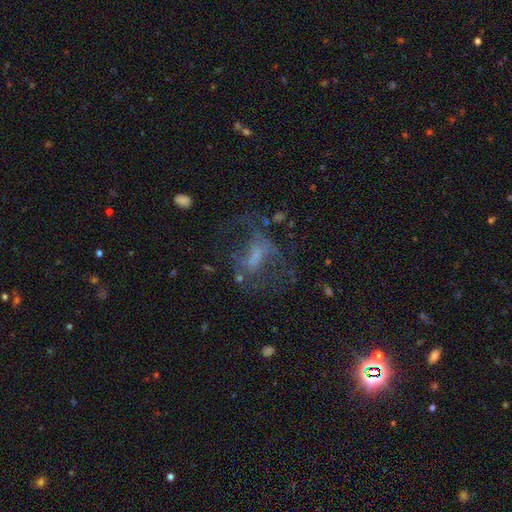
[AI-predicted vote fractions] Smooth or featured?
  - featured or disk: 56% *
  - smooth: 26%
  - star or artifact: 18%
Edge-on disk?
  - no: 95% *
  - yes: 5%
Bar?
  - no: 44% *
  - weak: 38%
  - strong: 19%
Spiral arms?
  - no: 53% *
  - yes: 47%
Bulge size?
  - none: 44% *
  - small: 24%
  - moderate: 23%
  - large: 7%
  - dominant: 2%
Merging?
  - none: 44% *
  - major disturbance: 36%
  - minor disturbance: 17%
  - merger: 3%